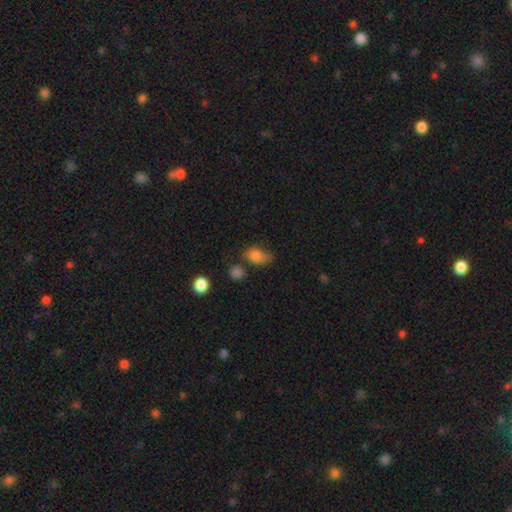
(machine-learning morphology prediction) Overall: smooth (74%). How rounded: in between (75%). Merging: none (43%; minor disturbance 31%).